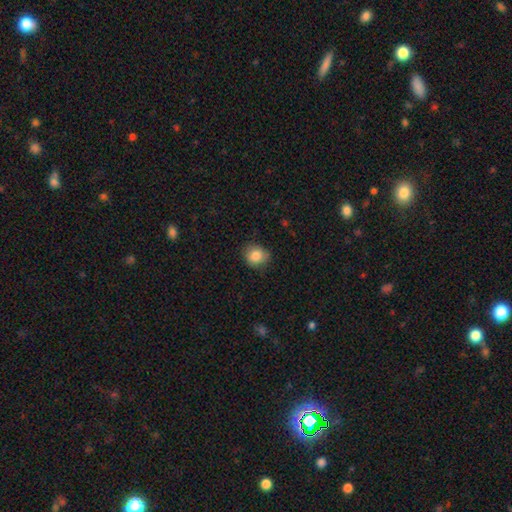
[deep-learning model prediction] Smooth or featured: smooth — 84% (star or artifact — 9%)
How rounded: round — 76% (in between — 23%)
Merging: none — 77% (minor disturbance — 19%)